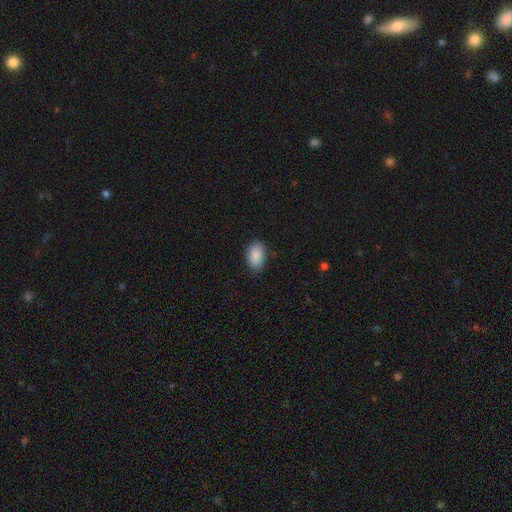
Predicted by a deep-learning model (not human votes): This is clearly a smooth galaxy (88%). How rounded: clearly in between (91%). Merging: clearly none (85%).